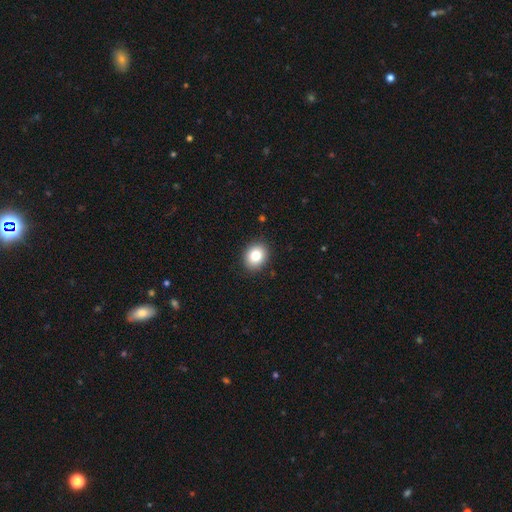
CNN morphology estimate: This is clearly a smooth galaxy (82%). How rounded: likely round (61%). Merging: clearly none (90%).